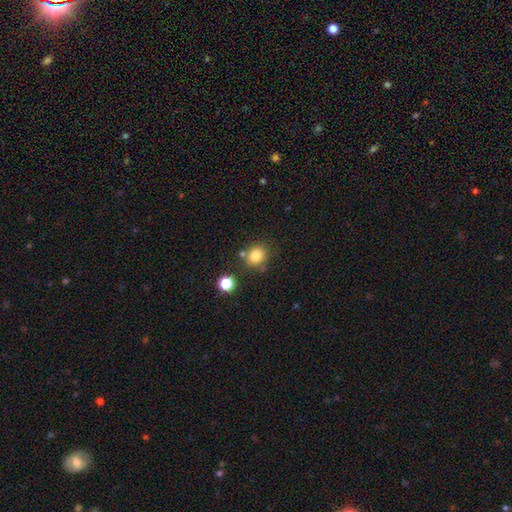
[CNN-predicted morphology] type=smooth (81%); roundness=round (73%); merging=none (72%).